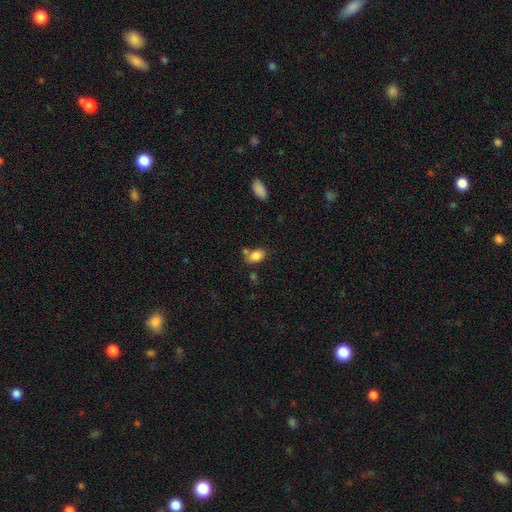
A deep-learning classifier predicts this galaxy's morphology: This is clearly a smooth galaxy (84%). How rounded: clearly in between (87%). Merging: likely none (62%).